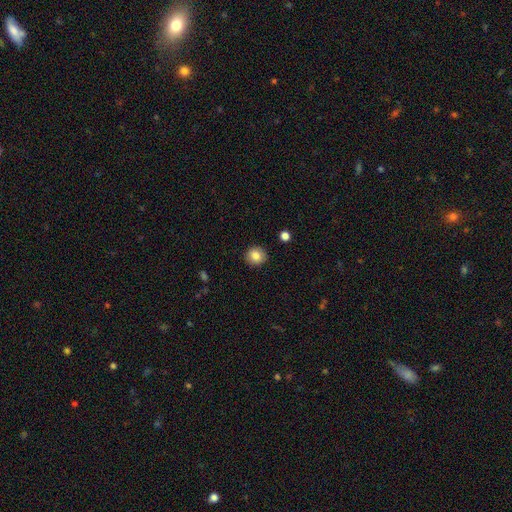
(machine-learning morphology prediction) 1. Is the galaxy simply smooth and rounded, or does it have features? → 84% smooth, 9% star or artifact, 7% featured or disk.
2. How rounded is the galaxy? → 89% round, 10% in between, 1% cigar-shaped.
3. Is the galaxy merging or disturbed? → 91% none, 6% minor disturbance, 2% major disturbance, 1% merger.